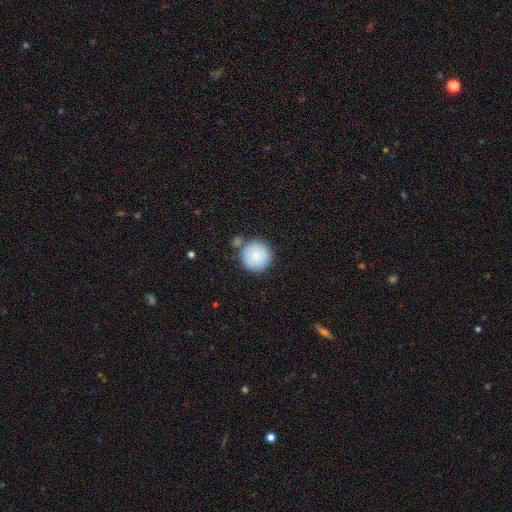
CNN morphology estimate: This appears to be a smooth galaxy with no disk features (84%) that is round (95%). Merging: none (74%).